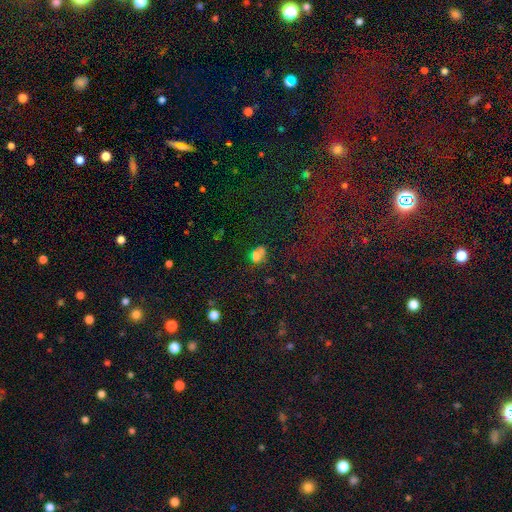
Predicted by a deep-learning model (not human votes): Morphology: type=smooth (59%); roundness=round (53%); merging=none (47%).